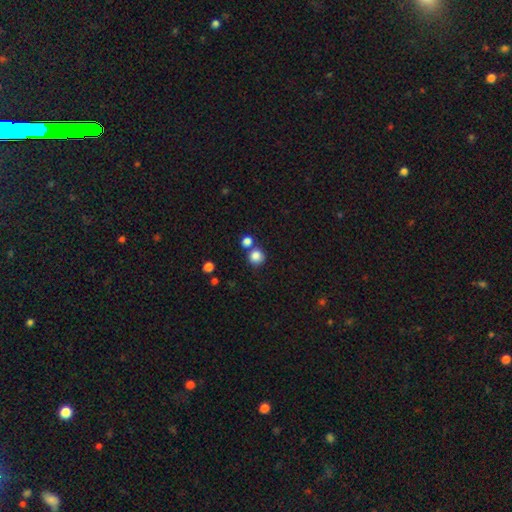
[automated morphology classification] This is clearly a smooth galaxy (85%). How rounded: clearly round (90%). Merging: likely none (67%).